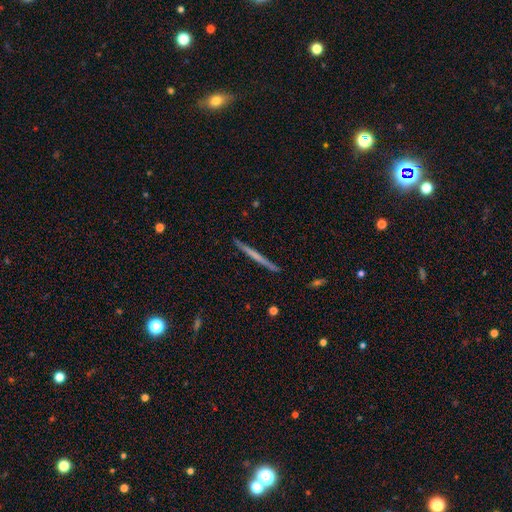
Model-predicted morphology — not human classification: Overall: featured or disk (51%; smooth 44%). Edge-on disk: yes (98%). Merging: none (92%).